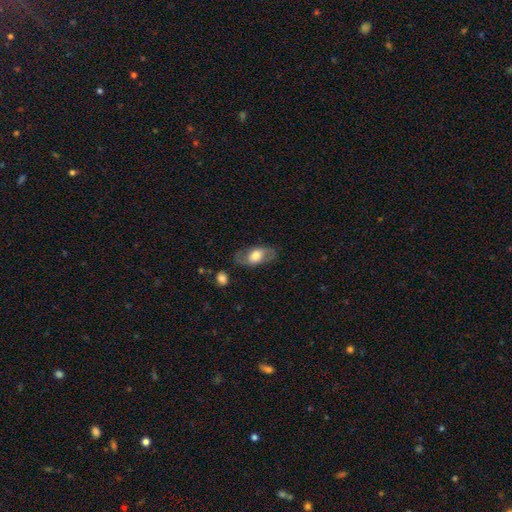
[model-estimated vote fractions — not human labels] smooth_or_featured: smooth (p=0.50) [alt: featured or disk p=0.44]
how_rounded: in between (p=0.88) [alt: round p=0.08]
merging: none (p=0.74) [alt: minor disturbance p=0.16]